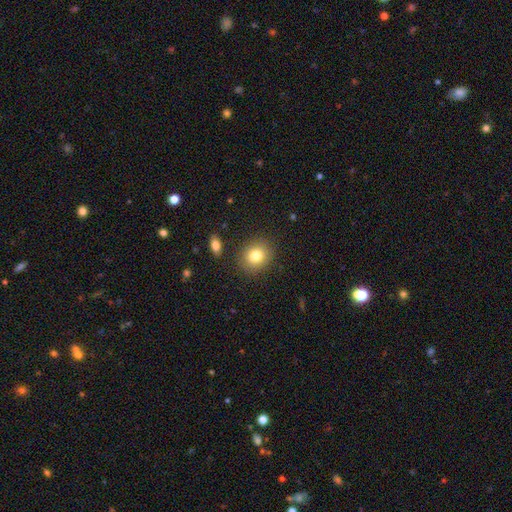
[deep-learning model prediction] Smooth or featured: smooth — 81% (star or artifact — 10%)
How rounded: round — 67% (in between — 32%)
Merging: none — 87% (minor disturbance — 8%)